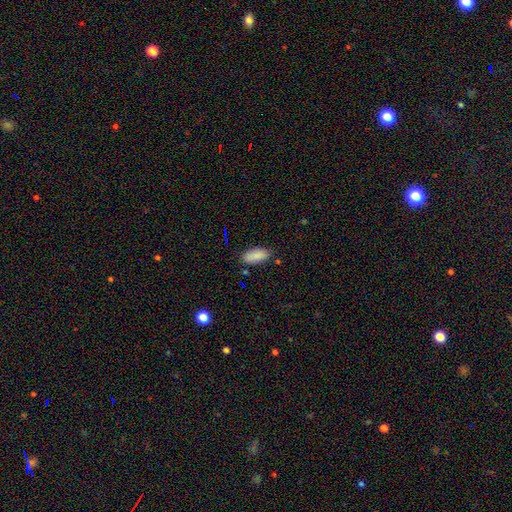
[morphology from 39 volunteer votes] smooth 87%, featured or disk 8%, star or artifact 5%. Down the decision tree: how rounded — in between (88%); merging — none (76%).